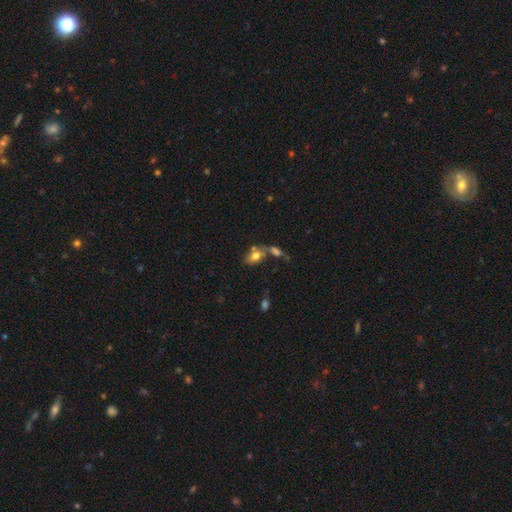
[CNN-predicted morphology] A smooth galaxy with no disk features (74%) that is in between round and cigar-shaped (83%).

Vote fractions:
- Smooth or featured? smooth: 74% / featured or disk: 16% / star or artifact: 10%
- How rounded? in between: 83% / round: 14% / cigar-shaped: 3%
- Merging? none: 40% (tied) / merger: 40% (tied) / minor disturbance: 13% / major disturbance: 7%